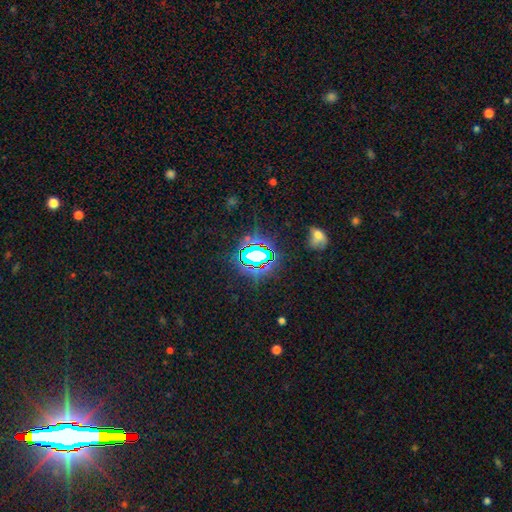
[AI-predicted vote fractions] star or artifact 71%, smooth 17%, featured or disk 11%.